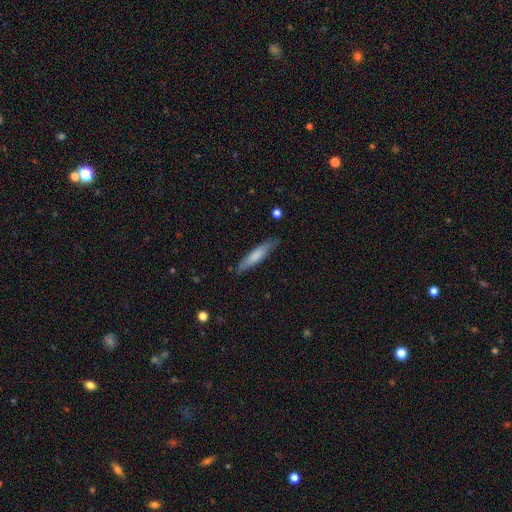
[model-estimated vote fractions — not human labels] A smooth galaxy with no disk features (72%) that is cigar-shaped (85%). Merging: none (85%).